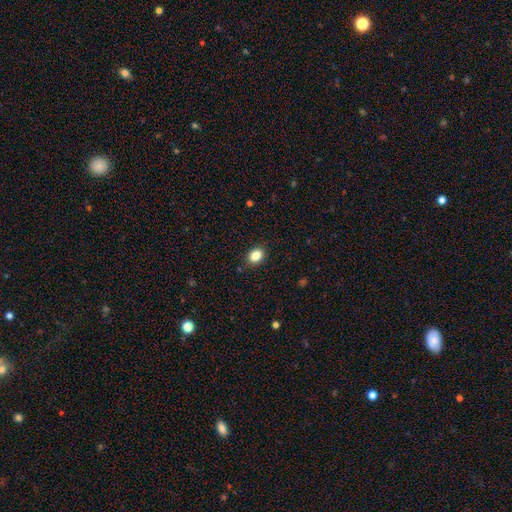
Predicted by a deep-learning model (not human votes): Smooth or featured?
  - smooth: 84% *
  - star or artifact: 10%
  - featured or disk: 5%
How rounded?
  - in between: 58% *
  - round: 42%
  - cigar-shaped: 1%
Merging?
  - none: 89% *
  - minor disturbance: 8%
  - major disturbance: 2%
  - merger: 1%